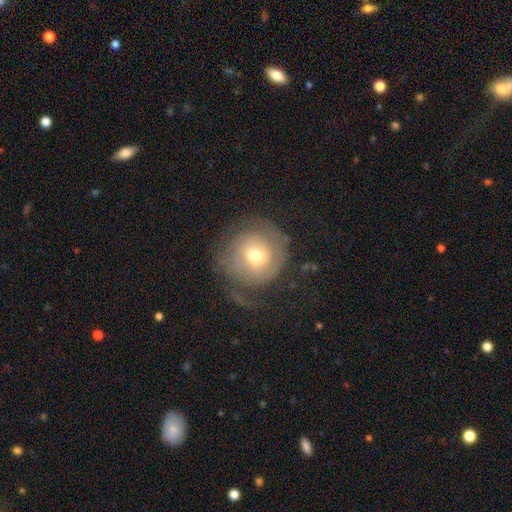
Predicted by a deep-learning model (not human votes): This is possibly a featured or disk galaxy (52%). It is clearly not viewed edge-on (96%). Bar: likely no (72%). Spiral arm pattern: likely yes (73%). Central bulge: likely moderate (62%). Merging: possibly none (56%).